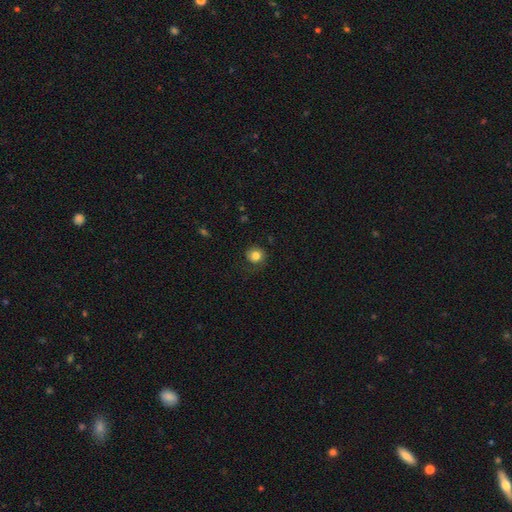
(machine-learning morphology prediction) smooth 81%, star or artifact 10%, featured or disk 10%. Down the decision tree: how rounded — round (87%); merging — none (71%).